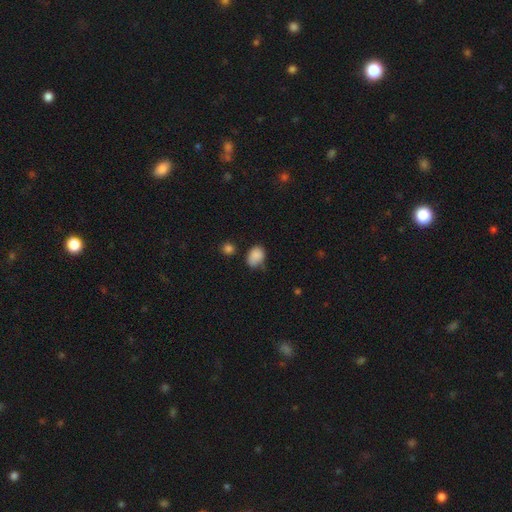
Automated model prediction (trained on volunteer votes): Q: Smooth or featured?
A: smooth (85%); runner-up: star or artifact (9%)
Q: How rounded?
A: in between (68%); runner-up: round (31%)
Q: Merging?
A: none (53%); runner-up: minor disturbance (33%)